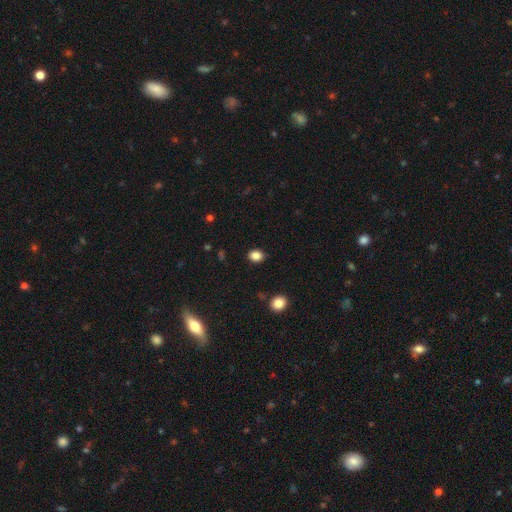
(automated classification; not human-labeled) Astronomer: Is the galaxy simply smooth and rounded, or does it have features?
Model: smooth — 86%.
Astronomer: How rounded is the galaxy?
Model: round — 56% (runner-up: in between, 43%).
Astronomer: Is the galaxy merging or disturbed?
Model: none — 89%.